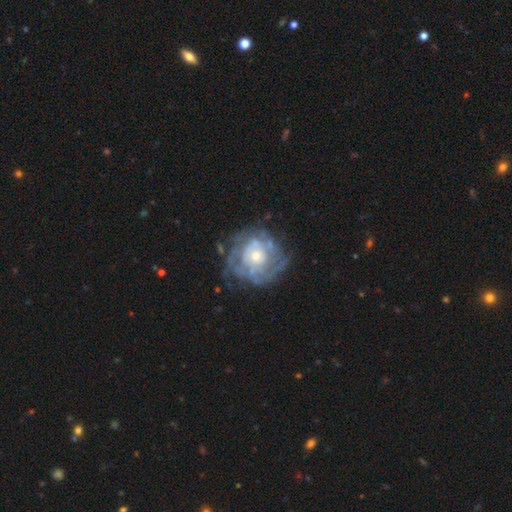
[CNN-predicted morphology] featured or disk 75%, smooth 17%, star or artifact 8%. Down the decision tree: edge-on disk — no (97%); bar — no (83%); spiral arms — yes (67%); bulge size — moderate (47%); merging — none (66%).